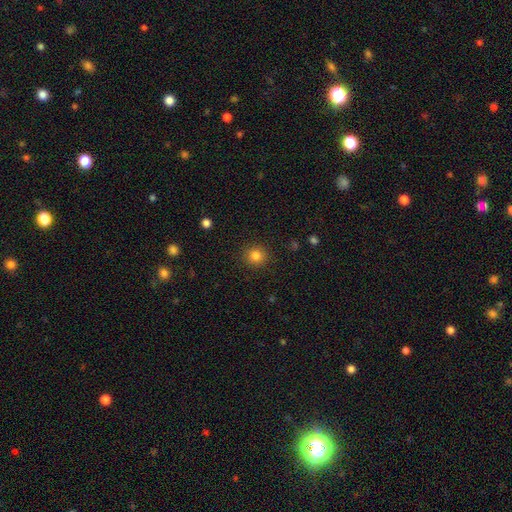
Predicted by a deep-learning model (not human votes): smooth-or-featured: smooth: 83% | star or artifact: 12% | featured or disk: 5%
  how-rounded: round: 91% | in between: 9% | cigar-shaped: 1%
  merging: none: 90% | minor disturbance: 6% | major disturbance: 2% | merger: 1%